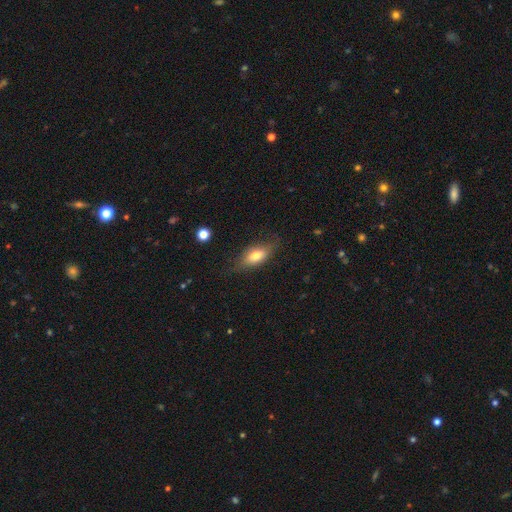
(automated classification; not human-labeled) smooth-or-featured: smooth: 68% | featured or disk: 24% | star or artifact: 8%
  how-rounded: in between: 79% | cigar-shaped: 16% | round: 5%
  merging: none: 70% | minor disturbance: 22% | major disturbance: 7% | merger: 1%